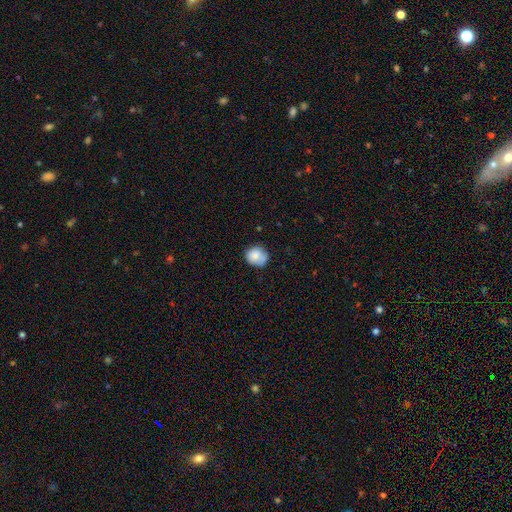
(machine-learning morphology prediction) A smooth galaxy with no disk features (78%) that is round (79%). Merging: none (60%).